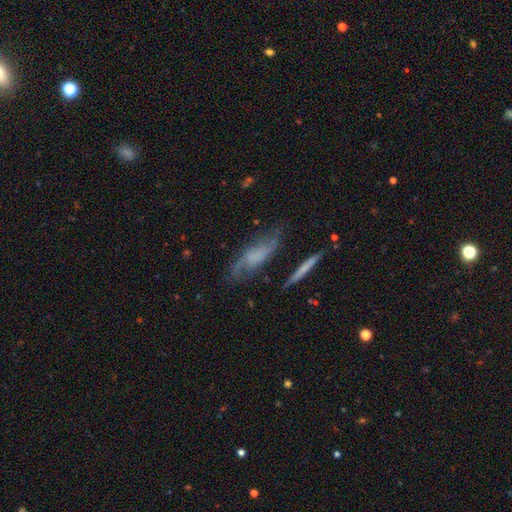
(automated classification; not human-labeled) A featured or disk galaxy (62%).

Vote fractions:
- Smooth or featured? featured or disk: 62% / smooth: 29% / star or artifact: 9%
- Edge-on disk? no: 77% / yes: 23%
- Merging? none: 59% / minor disturbance: 23% / major disturbance: 13% / merger: 5%